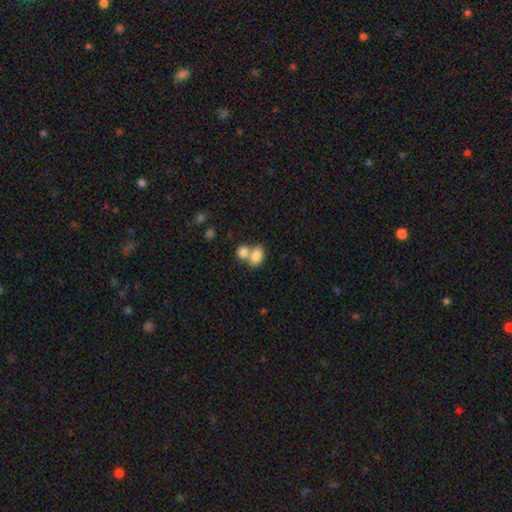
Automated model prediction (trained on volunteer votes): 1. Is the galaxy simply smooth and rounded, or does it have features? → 83% smooth, 9% featured or disk, 8% star or artifact.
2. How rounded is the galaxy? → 73% in between, 26% round, 1% cigar-shaped.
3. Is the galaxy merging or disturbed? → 55% merger, 33% none, 8% minor disturbance, 3% major disturbance.